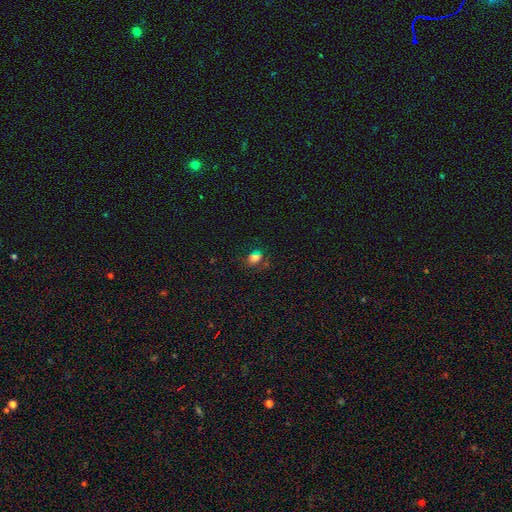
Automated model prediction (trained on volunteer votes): The model was most divided on "how rounded": in between: 55%, round: 43%, cigar-shaped: 2%. More confident: merging — none (73%); smooth or featured — smooth (68%).